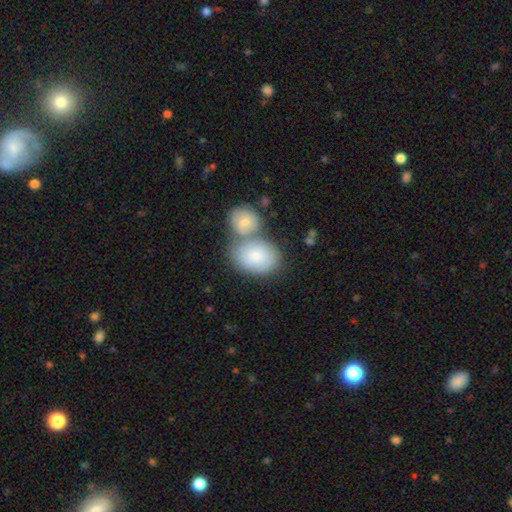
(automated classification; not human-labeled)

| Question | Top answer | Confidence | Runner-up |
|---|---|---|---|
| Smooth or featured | smooth | 77% | featured or disk (16%) |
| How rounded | in between | 72% | round (27%) |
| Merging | merger | 48% | none (37%) |